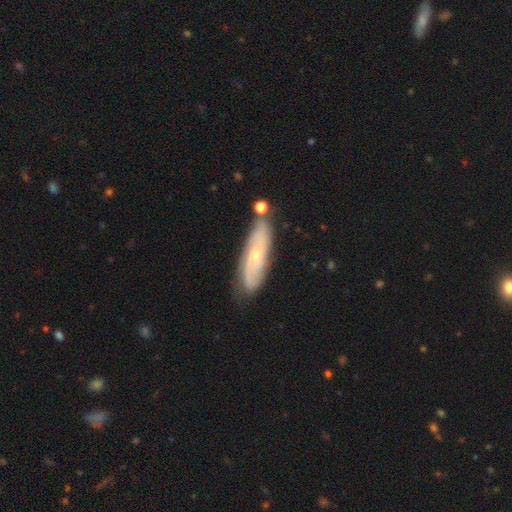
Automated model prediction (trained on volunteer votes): smooth_or_featured: featured or disk (p=0.65) [alt: smooth p=0.28]
disk_edge_on: no (p=0.77) [alt: yes p=0.23]
bar: no (p=0.76) [alt: weak p=0.20]
has_spiral_arms: yes (p=0.80) [alt: no p=0.20]
bulge_size: small (p=0.70) [alt: moderate p=0.26]
merging: none (p=0.74) [alt: minor disturbance p=0.16]